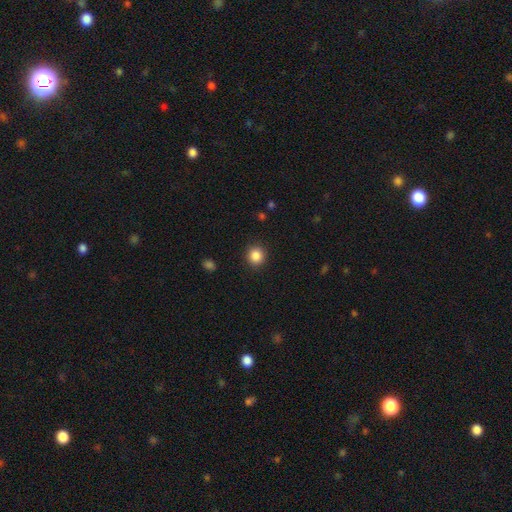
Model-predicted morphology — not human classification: Smooth or featured?
  - smooth: 86% *
  - star or artifact: 10%
  - featured or disk: 4%
How rounded?
  - round: 90% *
  - in between: 9%
  - cigar-shaped: 1%
Merging?
  - none: 91% *
  - minor disturbance: 6%
  - major disturbance: 2%
  - merger: 1%